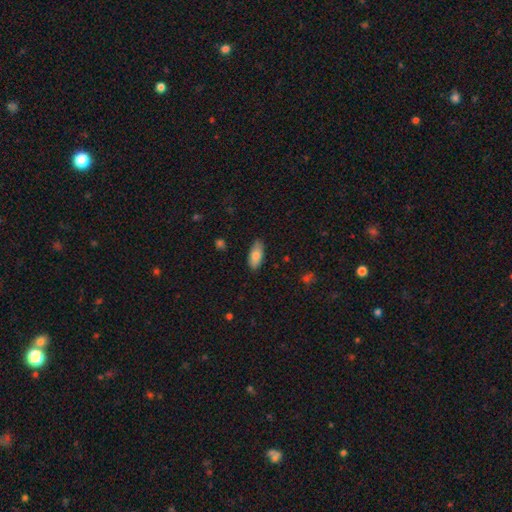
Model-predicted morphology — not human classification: smooth-or-featured: smooth: 80% | featured or disk: 14% | star or artifact: 6%
  how-rounded: in between: 86% | cigar-shaped: 12% | round: 2%
  merging: none: 85% | minor disturbance: 12% | major disturbance: 2% | merger: 1%